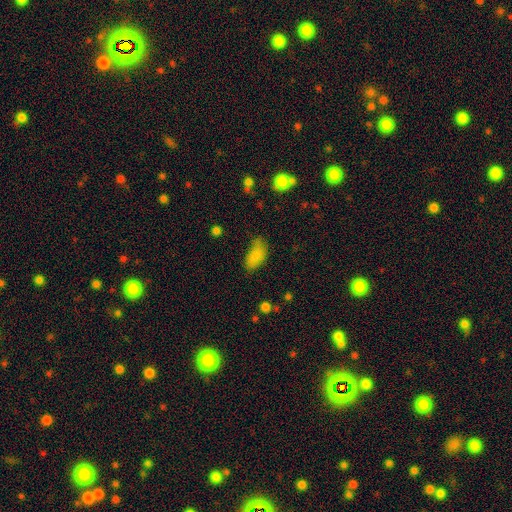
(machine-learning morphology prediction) Smooth or featured?
  - smooth: 82% *
  - featured or disk: 9%
  - star or artifact: 9%
How rounded?
  - in between: 91% *
  - cigar-shaped: 5%
  - round: 4%
Merging?
  - none: 56% *
  - minor disturbance: 31%
  - major disturbance: 10%
  - merger: 3%